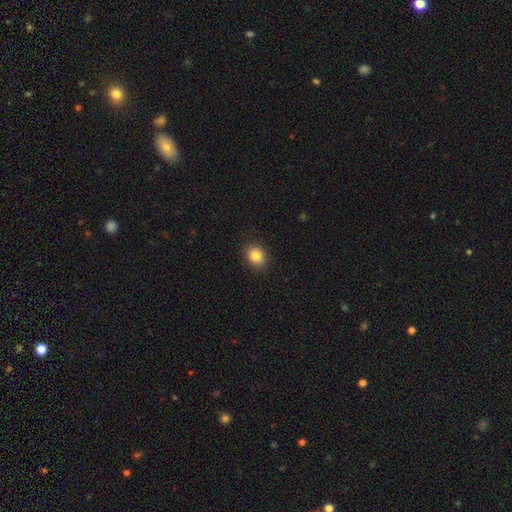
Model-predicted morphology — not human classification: This appears to be a smooth galaxy with no disk features (84%) that is round (58%). Merging: none (90%).